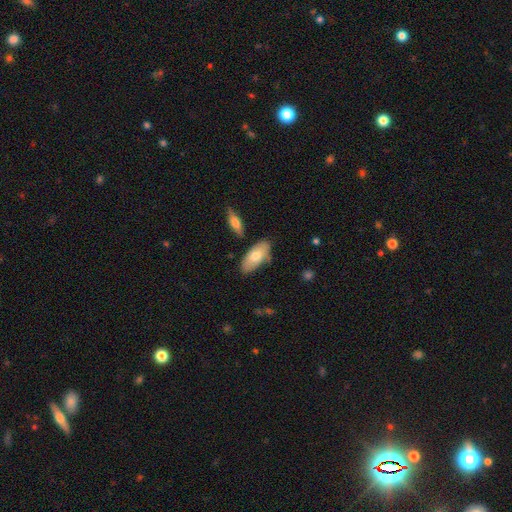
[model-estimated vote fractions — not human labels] Smooth or featured? Predicted: smooth (p=0.70). How rounded? Predicted: in between (p=0.90). Merging? Predicted: none (p=0.64).